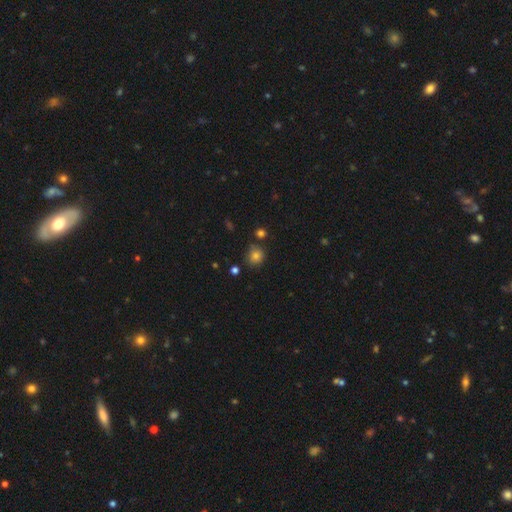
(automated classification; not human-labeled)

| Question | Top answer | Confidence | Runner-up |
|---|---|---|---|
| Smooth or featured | smooth | 80% | star or artifact (13%) |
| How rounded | round | 84% | in between (15%) |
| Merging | none | 75% | minor disturbance (15%) |